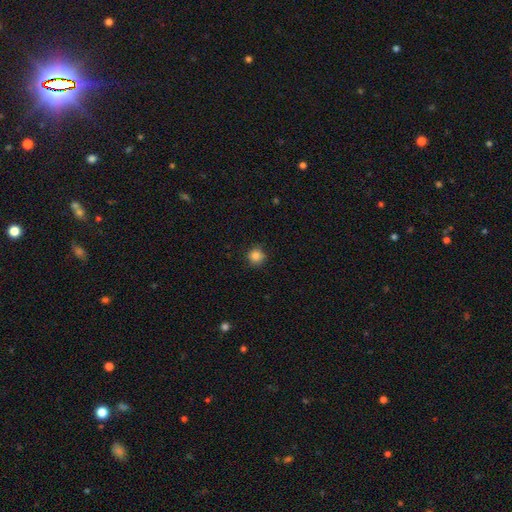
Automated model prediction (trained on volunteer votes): This appears to be a smooth galaxy with no disk features (84%) that is round (93%). Merging: none (86%).